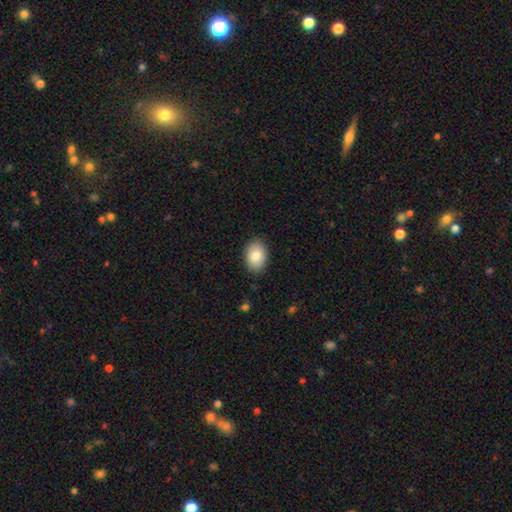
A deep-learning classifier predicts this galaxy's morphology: This appears to be a smooth galaxy with no disk features (85%) that is in between round and cigar-shaped (84%). Merging: none (88%).